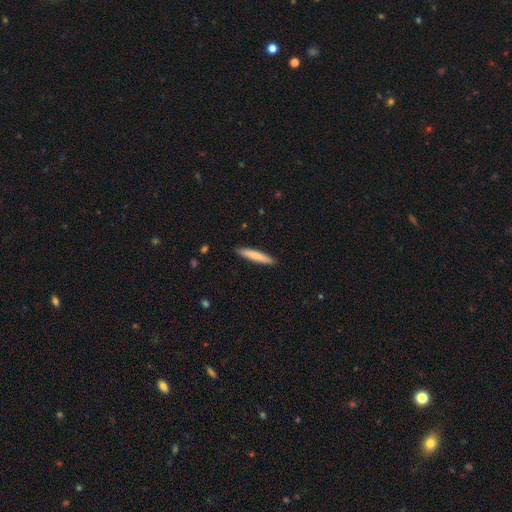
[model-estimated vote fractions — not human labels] smooth_or_featured: smooth (p=0.78) [alt: featured or disk p=0.17]
how_rounded: cigar-shaped (p=0.94) [alt: in between p=0.05]
merging: none (p=0.91) [alt: minor disturbance p=0.07]